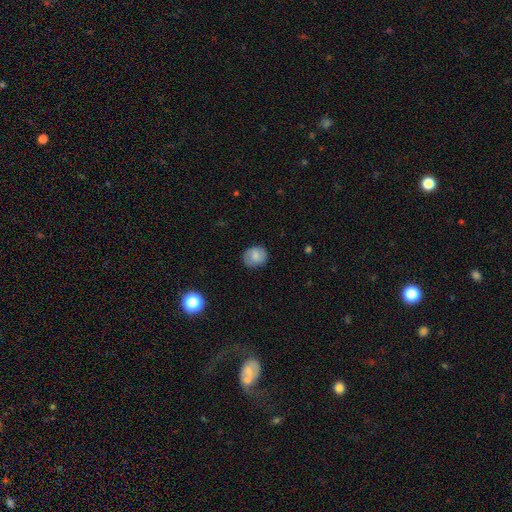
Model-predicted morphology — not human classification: Q: Smooth or featured?
A: smooth (77%); runner-up: featured or disk (14%)
Q: How rounded?
A: round (72%); runner-up: in between (27%)
Q: Merging?
A: none (81%); runner-up: minor disturbance (15%)